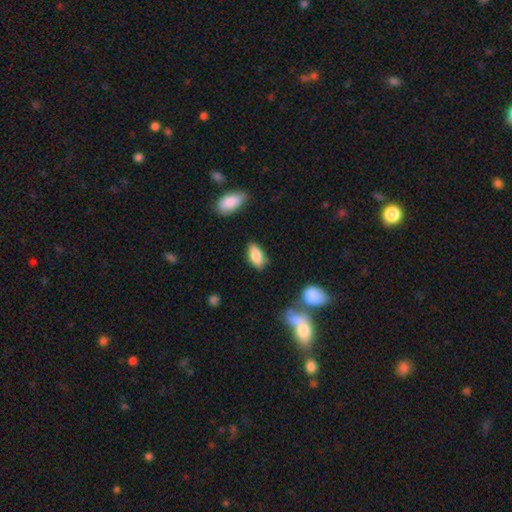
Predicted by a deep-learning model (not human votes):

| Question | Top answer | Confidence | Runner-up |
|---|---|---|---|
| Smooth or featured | smooth | 80% | featured or disk (13%) |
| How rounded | in between | 87% | cigar-shaped (10%) |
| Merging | none | 77% | minor disturbance (17%) |